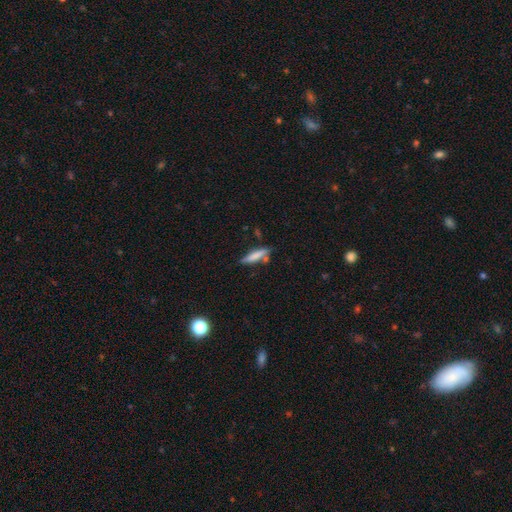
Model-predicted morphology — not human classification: Smooth or featured: smooth — 75% (featured or disk — 19%)
How rounded: cigar-shaped — 78% (in between — 20%)
Merging: none — 68% (minor disturbance — 19%)